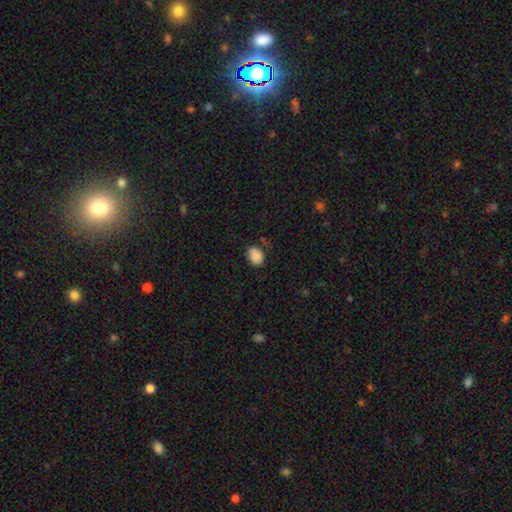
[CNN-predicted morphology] smooth_or_featured: smooth (p=0.87) [alt: star or artifact p=0.09]
how_rounded: in between (p=0.62) [alt: round p=0.37]
merging: none (p=0.76) [alt: minor disturbance p=0.18]